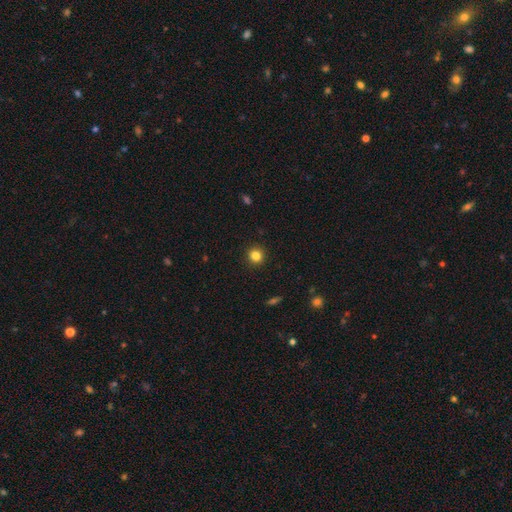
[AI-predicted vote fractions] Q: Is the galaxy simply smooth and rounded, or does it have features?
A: smooth — 84%.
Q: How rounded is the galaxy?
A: round — 92%.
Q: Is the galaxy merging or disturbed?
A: none — 92%.